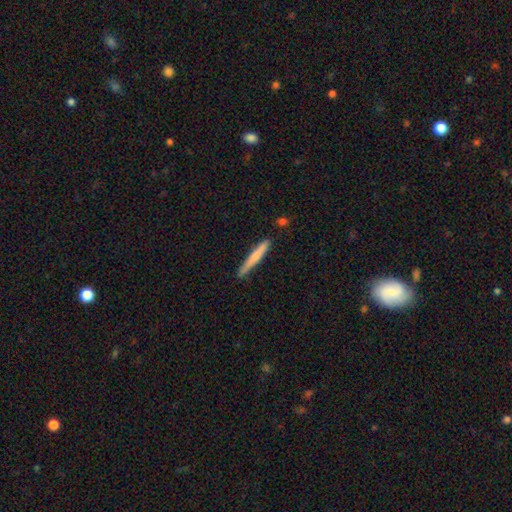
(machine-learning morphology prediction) Smooth or featured: smooth — 64% (featured or disk — 31%)
How rounded: cigar-shaped — 96% (in between — 3%)
Merging: none — 83% (minor disturbance — 13%)